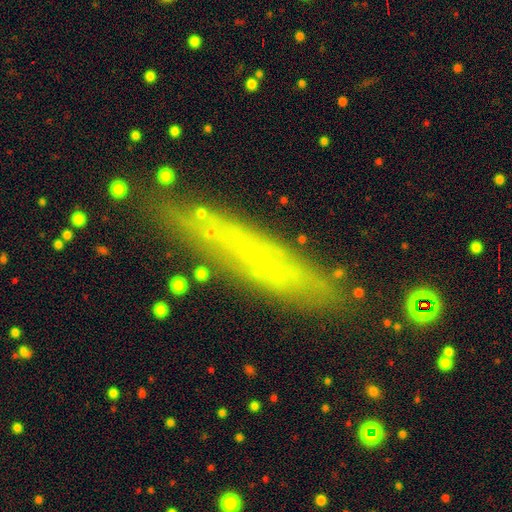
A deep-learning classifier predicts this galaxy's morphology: A smooth galaxy with no disk features (47%). Merging: none (78%).